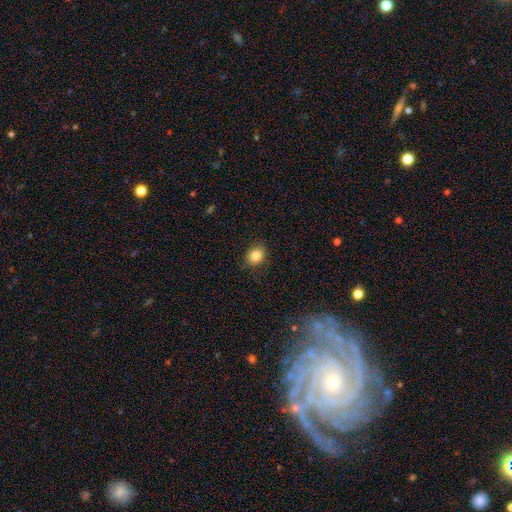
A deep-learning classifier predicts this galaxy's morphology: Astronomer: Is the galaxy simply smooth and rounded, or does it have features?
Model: smooth — 84%.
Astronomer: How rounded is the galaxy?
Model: round — 61% (runner-up: in between, 38%).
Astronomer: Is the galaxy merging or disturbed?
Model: none — 85%.